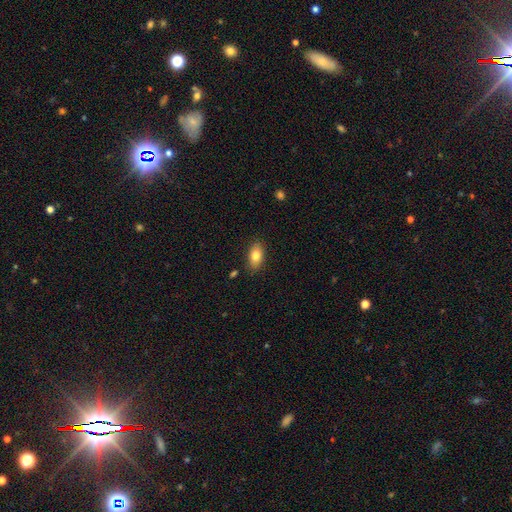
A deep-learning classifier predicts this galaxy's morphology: Smooth or featured?
  - smooth: 81% *
  - featured or disk: 11%
  - star or artifact: 7%
How rounded?
  - in between: 90% *
  - round: 5%
  - cigar-shaped: 5%
Merging?
  - none: 86% *
  - minor disturbance: 10%
  - major disturbance: 2%
  - merger: 2%